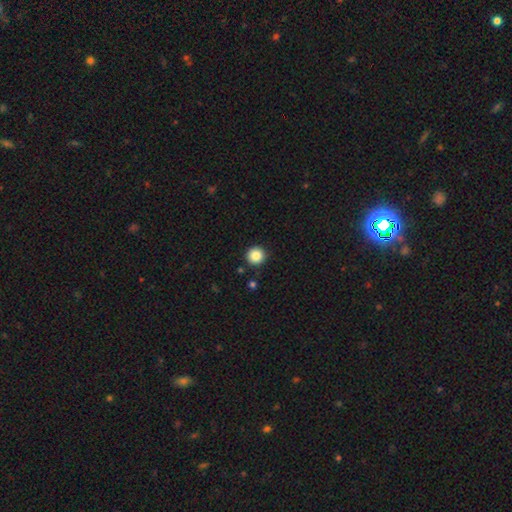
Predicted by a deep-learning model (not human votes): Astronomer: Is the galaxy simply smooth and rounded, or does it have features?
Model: smooth — 87%.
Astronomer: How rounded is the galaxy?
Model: round — 95%.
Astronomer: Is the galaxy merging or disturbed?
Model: none — 91%.